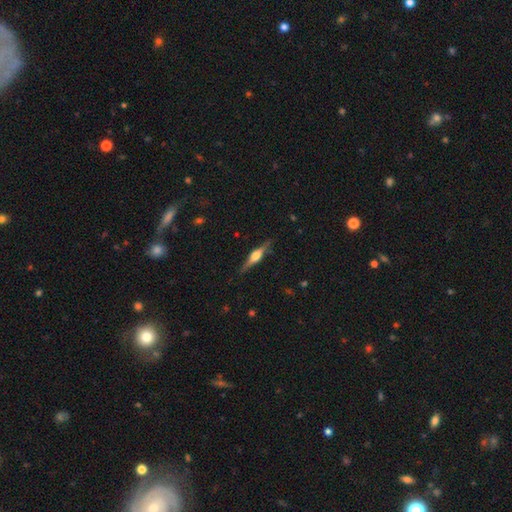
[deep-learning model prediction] Smooth or featured?
  - featured or disk: 72% *
  - smooth: 23%
  - star or artifact: 6%
Edge-on disk?
  - yes: 97% *
  - no: 3%
Edge-on bulge?
  - rounded: 86% *
  - boxy: 11%
  - none: 3%
Merging?
  - none: 87% *
  - minor disturbance: 10%
  - major disturbance: 2%
  - merger: 1%